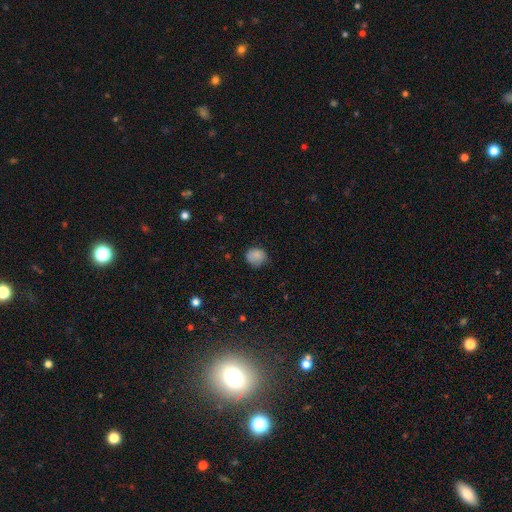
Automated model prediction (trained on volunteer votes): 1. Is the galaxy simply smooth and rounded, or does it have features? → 84% smooth, 10% star or artifact, 6% featured or disk.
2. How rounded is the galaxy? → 75% round, 24% in between, 1% cigar-shaped.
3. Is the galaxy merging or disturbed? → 71% none, 23% minor disturbance, 5% major disturbance, 1% merger.